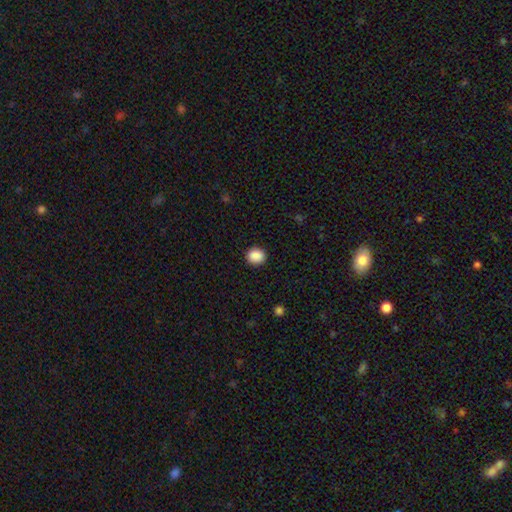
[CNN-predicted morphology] The model was most divided on "how rounded": round: 71%, in between: 28%, cigar-shaped: 1%. More confident: merging — none (90%); smooth or featured — smooth (89%).